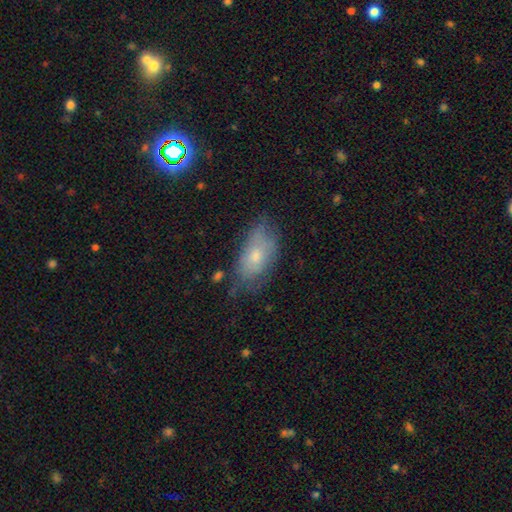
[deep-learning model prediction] Overall: smooth (63%; featured or disk 28%). How rounded: in between (90%). Merging: none (56%; minor disturbance 31%).